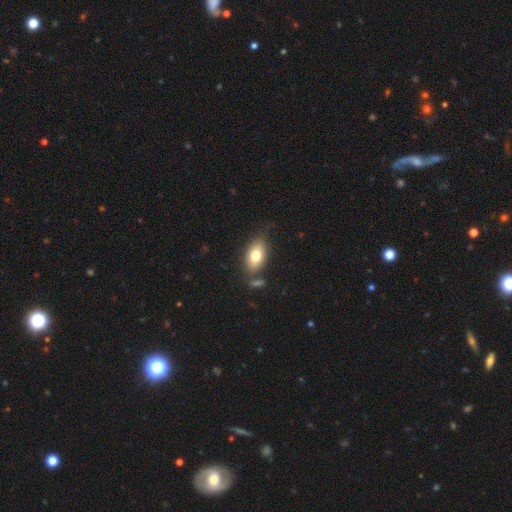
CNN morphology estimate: Smooth or featured?
  - smooth: 77% *
  - featured or disk: 16%
  - star or artifact: 7%
How rounded?
  - in between: 90% *
  - round: 7%
  - cigar-shaped: 3%
Merging?
  - none: 72% *
  - minor disturbance: 15%
  - merger: 9%
  - major disturbance: 4%